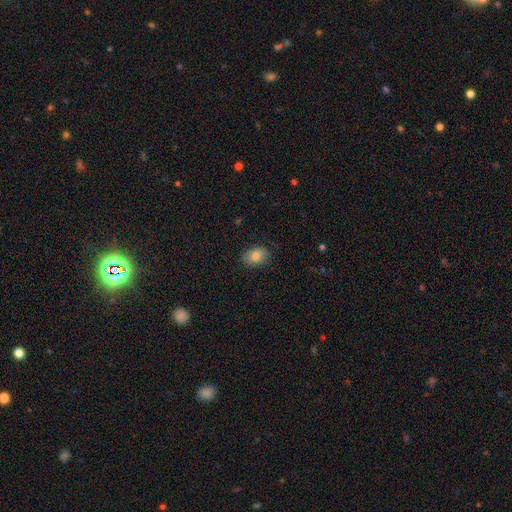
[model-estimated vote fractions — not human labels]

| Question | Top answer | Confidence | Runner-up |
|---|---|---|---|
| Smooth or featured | smooth | 82% | featured or disk (9%) |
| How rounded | in between | 72% | round (27%) |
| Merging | none | 84% | minor disturbance (13%) |